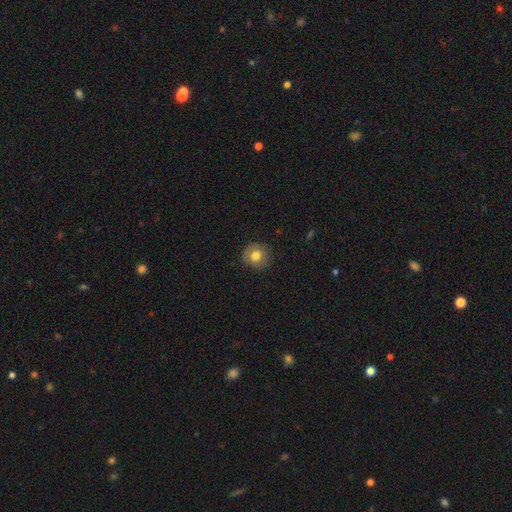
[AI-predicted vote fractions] The model was most divided on "smooth or featured": smooth: 77%, featured or disk: 13%, star or artifact: 10%. More confident: how rounded — round (87%); merging — none (85%).